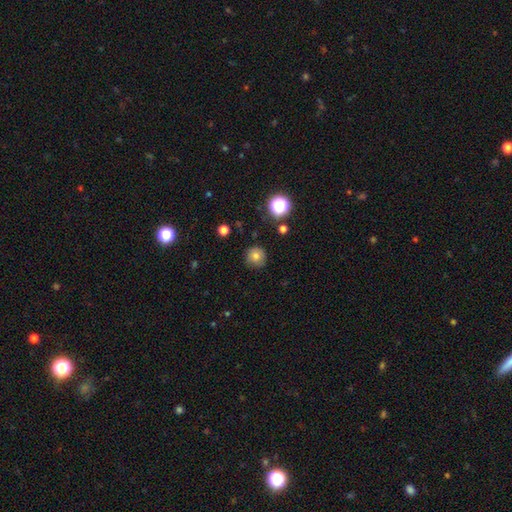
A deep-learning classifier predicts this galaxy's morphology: This is likely a smooth galaxy (77%). How rounded: clearly round (93%). Merging: clearly none (81%).